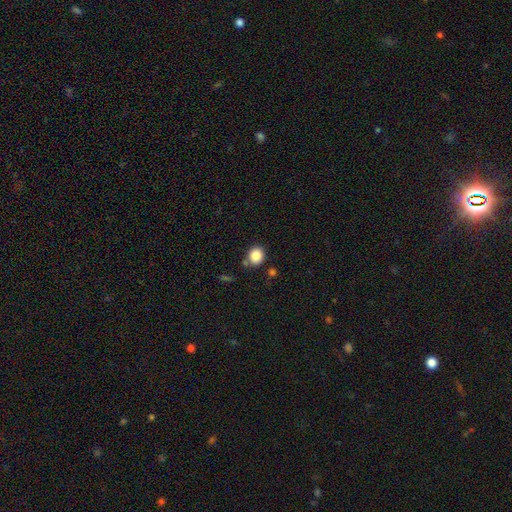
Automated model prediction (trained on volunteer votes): smooth_or_featured: smooth (p=0.86) [alt: star or artifact p=0.09]
how_rounded: round (p=0.79) [alt: in between p=0.20]
merging: none (p=0.78) [alt: minor disturbance p=0.11]